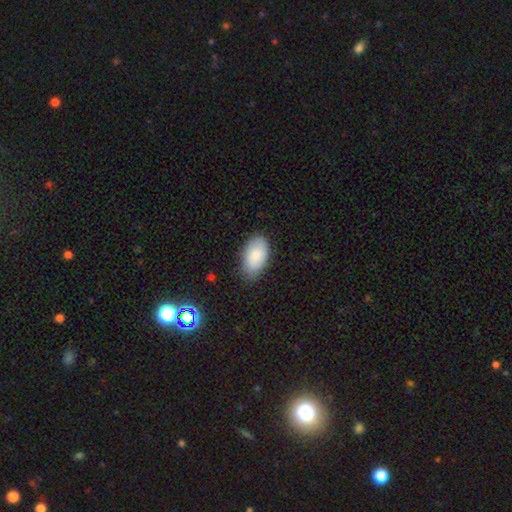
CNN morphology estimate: The model was most divided on "merging": none: 79%, minor disturbance: 17%, major disturbance: 3%, merger: 1%. More confident: how rounded — in between (95%); smooth or featured — smooth (84%).